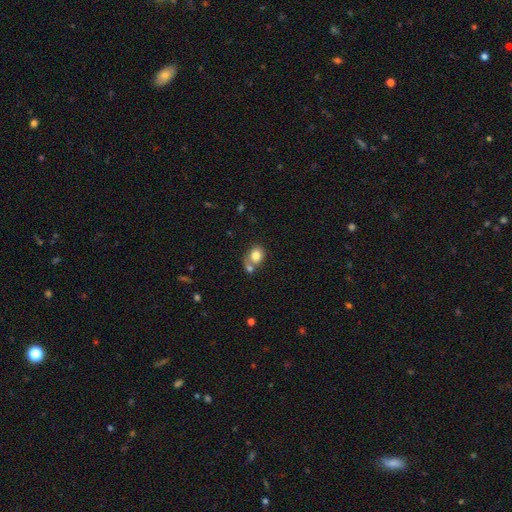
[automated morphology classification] A smooth galaxy with no disk features (80%) that is round (60%).

Vote fractions:
- Smooth or featured? smooth: 80% / featured or disk: 11% / star or artifact: 9%
- How rounded? round: 60% / in between: 39% / cigar-shaped: 1%
- Merging? none: 44% / merger: 38% / minor disturbance: 12% / major disturbance: 6%